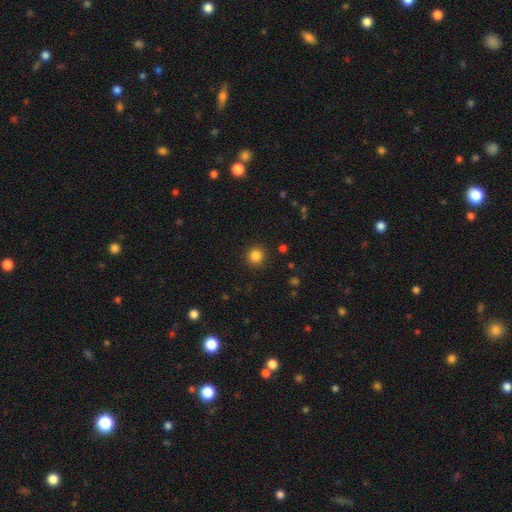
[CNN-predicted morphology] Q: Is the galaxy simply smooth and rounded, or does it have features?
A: smooth — 84%.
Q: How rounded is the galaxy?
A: round — 93%.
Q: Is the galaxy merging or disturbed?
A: none — 91%.